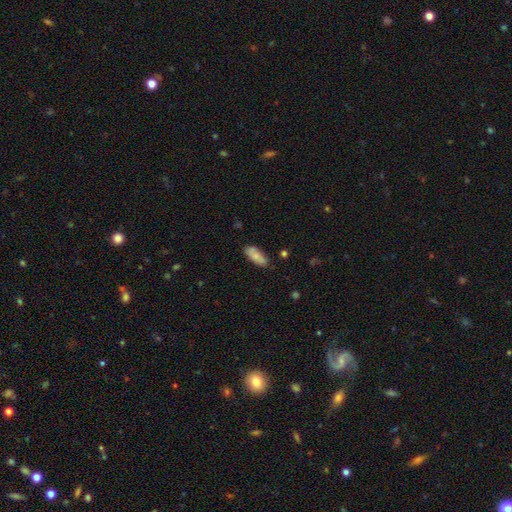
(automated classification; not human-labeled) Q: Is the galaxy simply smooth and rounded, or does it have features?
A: smooth — 78%.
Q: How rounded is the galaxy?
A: in between — 77%.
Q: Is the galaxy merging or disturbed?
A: none — 76%.